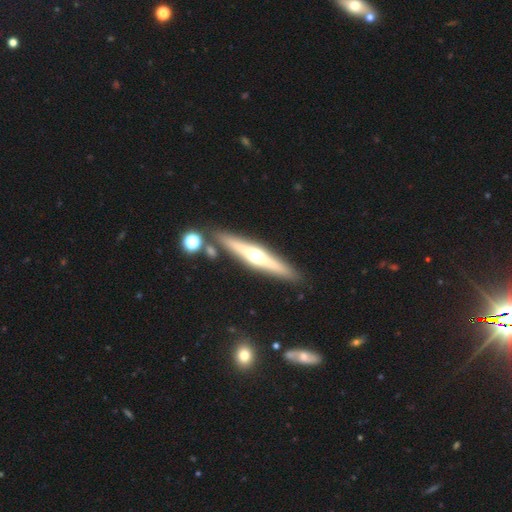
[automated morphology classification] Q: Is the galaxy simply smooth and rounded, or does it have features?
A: featured or disk — 65%.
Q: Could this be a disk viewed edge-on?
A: yes — 95%.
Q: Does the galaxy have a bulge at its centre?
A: rounded — 92%.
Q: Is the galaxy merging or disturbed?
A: none — 87%.